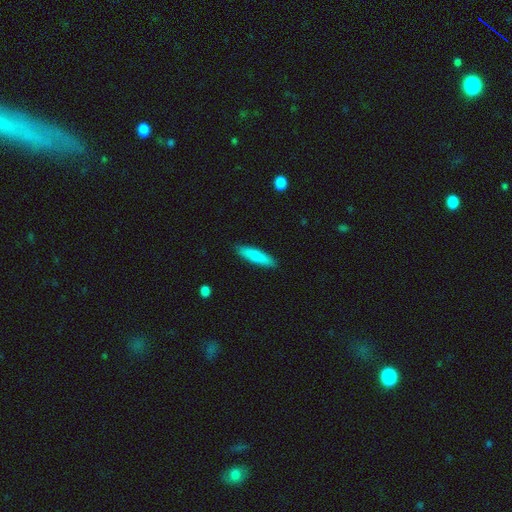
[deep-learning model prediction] Smooth or featured?
  - smooth: 80% *
  - featured or disk: 14%
  - star or artifact: 5%
How rounded?
  - cigar-shaped: 77% *
  - in between: 21%
  - round: 2%
Merging?
  - none: 89% *
  - minor disturbance: 8%
  - major disturbance: 2%
  - merger: 1%